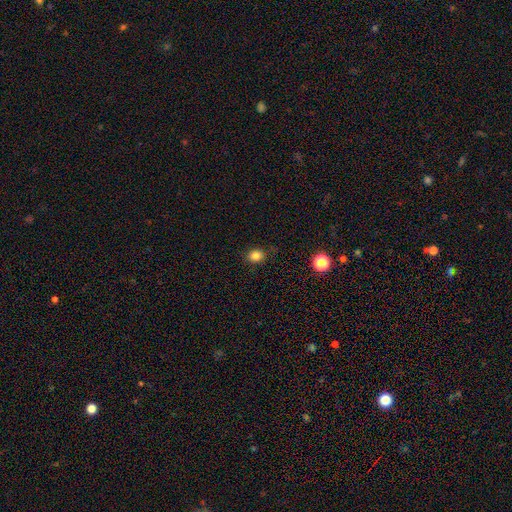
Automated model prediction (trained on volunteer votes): Smooth or featured? Predicted: smooth (p=0.82). How rounded? Predicted: round (p=0.60). Merging? Predicted: none (p=0.85).